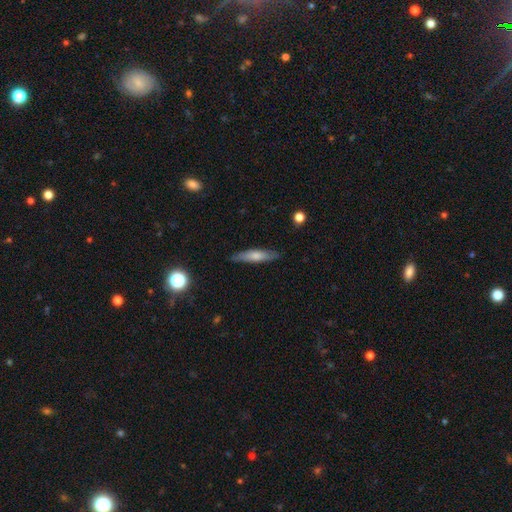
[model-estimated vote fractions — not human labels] Morphology: type=smooth (60%); roundness=cigar-shaped (81%); merging=none (85%).